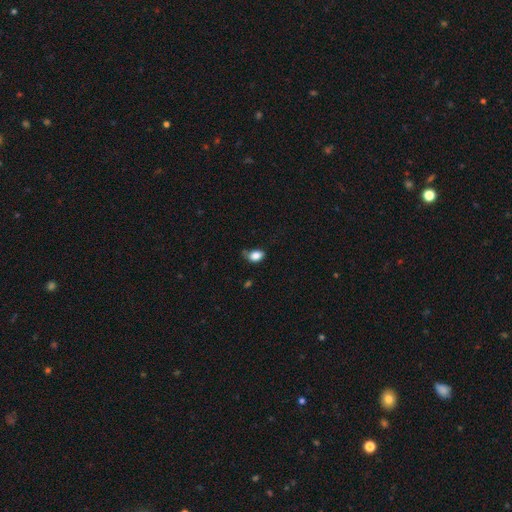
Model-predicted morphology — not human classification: A smooth galaxy with no disk features (86%) that is in between round and cigar-shaped (83%).

Vote fractions:
- Smooth or featured? smooth: 86% / star or artifact: 9% / featured or disk: 5%
- How rounded? in between: 83% / round: 16% / cigar-shaped: 1%
- Merging? none: 57% / minor disturbance: 32% / major disturbance: 7% / merger: 4%